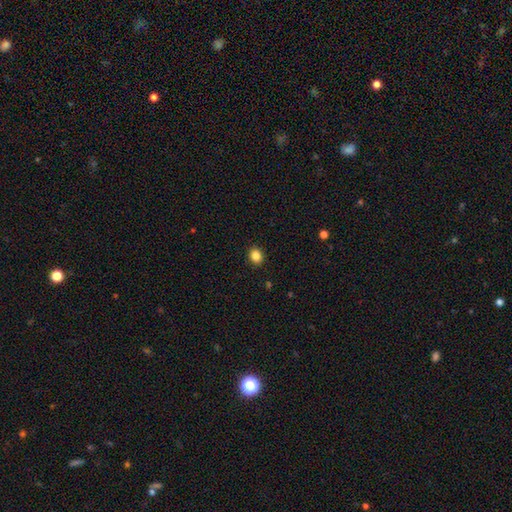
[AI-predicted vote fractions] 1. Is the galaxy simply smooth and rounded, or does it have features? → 85% smooth, 10% star or artifact, 4% featured or disk.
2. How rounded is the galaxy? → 61% round, 38% in between, 1% cigar-shaped.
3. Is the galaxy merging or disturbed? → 91% none, 6% minor disturbance, 2% major disturbance, 1% merger.